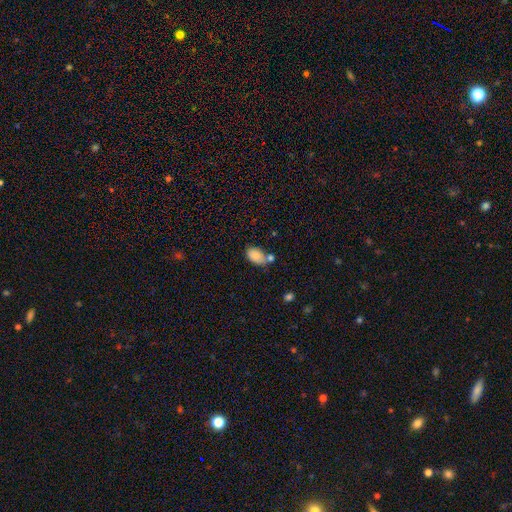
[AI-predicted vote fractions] Smooth or featured? smooth (84%)
How rounded? in between (90%)
Merging? none (47%)